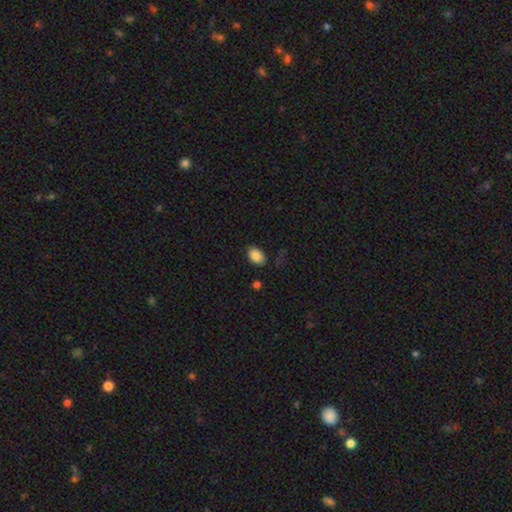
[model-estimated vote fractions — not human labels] Morphology: type=smooth (87%); roundness=in between (87%); merging=none (80%).